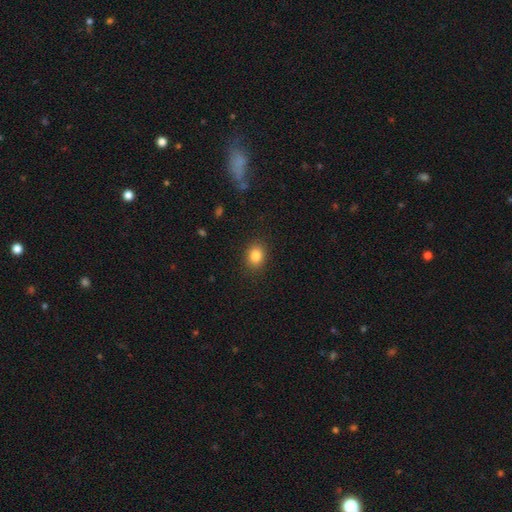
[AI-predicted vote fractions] Morphology: type=smooth (84%); roundness=round (51%); merging=none (88%).